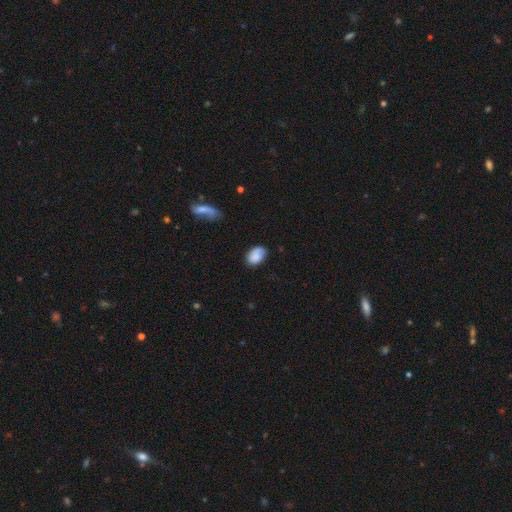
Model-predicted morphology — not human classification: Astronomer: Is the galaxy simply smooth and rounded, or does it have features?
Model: smooth — 79%.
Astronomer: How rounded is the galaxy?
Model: in between — 84%.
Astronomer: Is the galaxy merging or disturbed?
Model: none — 62%.